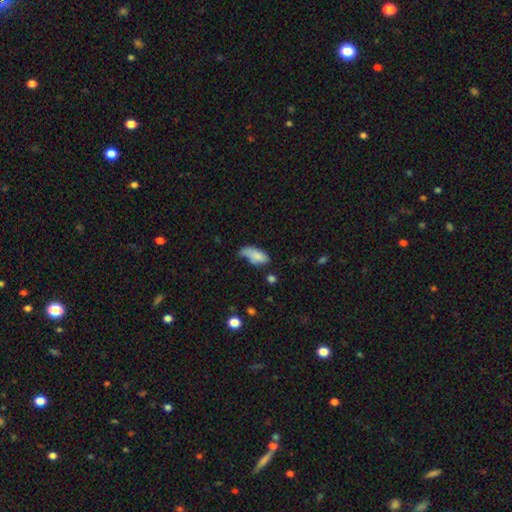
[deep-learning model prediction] Overall: smooth (79%). How rounded: in between (87%). Merging: minor disturbance (38%; none 35%).